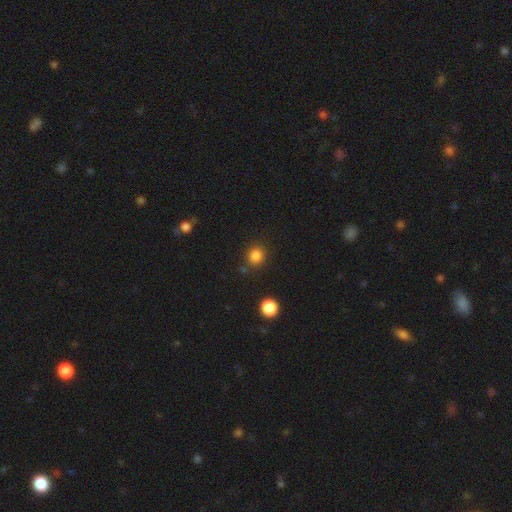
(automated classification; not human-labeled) Overall: smooth (84%). How rounded: round (85%). Merging: none (84%).